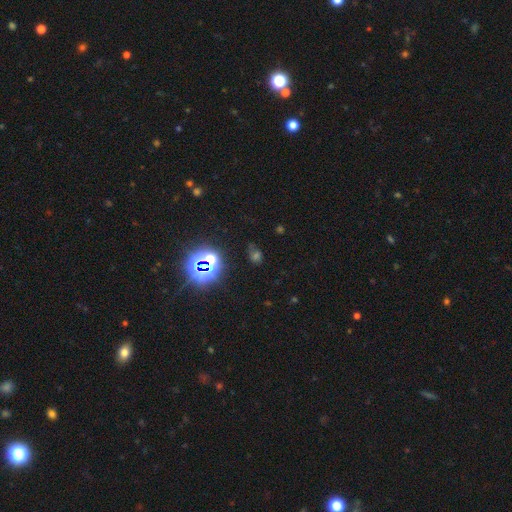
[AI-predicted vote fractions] smooth_or_featured: star or artifact (p=0.56) [alt: smooth p=0.34]